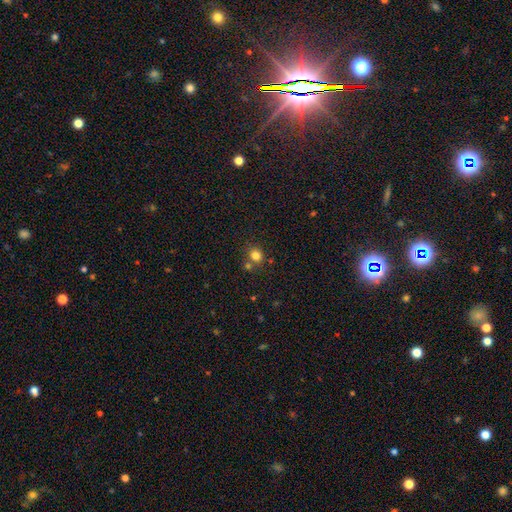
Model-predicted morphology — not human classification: This appears to be a smooth galaxy with no disk features (80%) that is round (83%). Merging: none (67%).